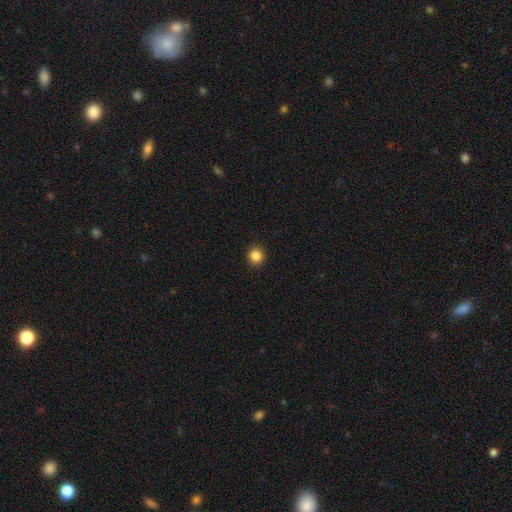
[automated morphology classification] smooth 86%, star or artifact 11%, featured or disk 3%. Down the decision tree: how rounded — round (88%); merging — none (92%).